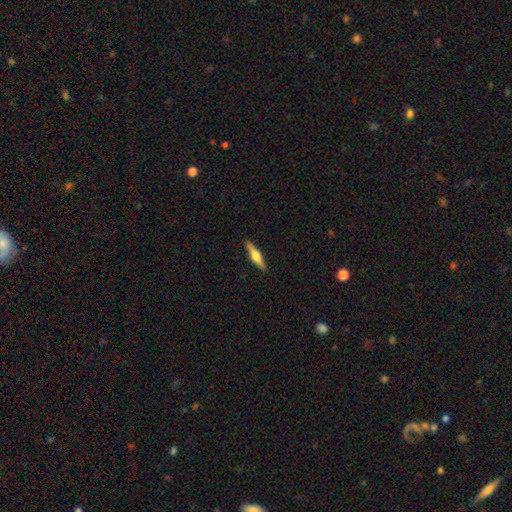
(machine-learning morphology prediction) Q: Smooth or featured?
A: featured or disk (50%); runner-up: smooth (44%)
Q: Edge-on disk?
A: yes (96%); runner-up: no (4%)
Q: Merging?
A: none (90%); runner-up: minor disturbance (7%)